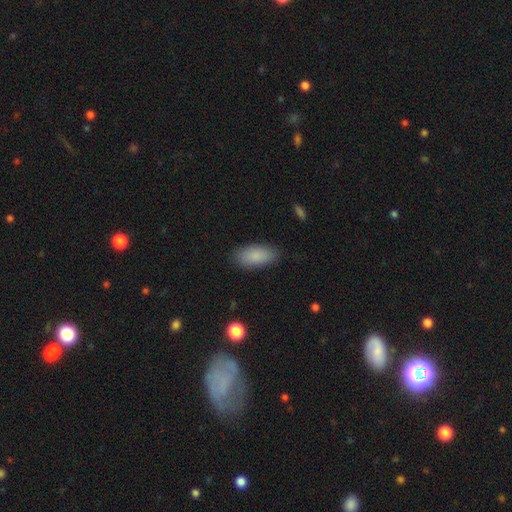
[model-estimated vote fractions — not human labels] smooth_or_featured: smooth (p=0.87) [alt: star or artifact p=0.07]
how_rounded: in between (p=0.91) [alt: cigar-shaped p=0.06]
merging: none (p=0.84) [alt: minor disturbance p=0.12]